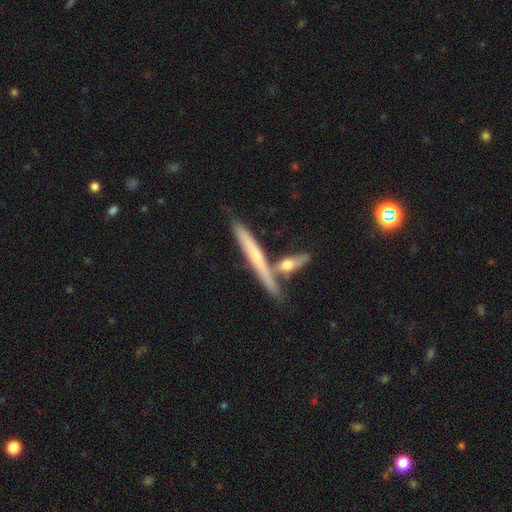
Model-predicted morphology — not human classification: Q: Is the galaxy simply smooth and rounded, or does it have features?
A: featured or disk — 51%.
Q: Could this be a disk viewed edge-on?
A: yes — 93%.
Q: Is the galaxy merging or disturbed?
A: none — 68%.